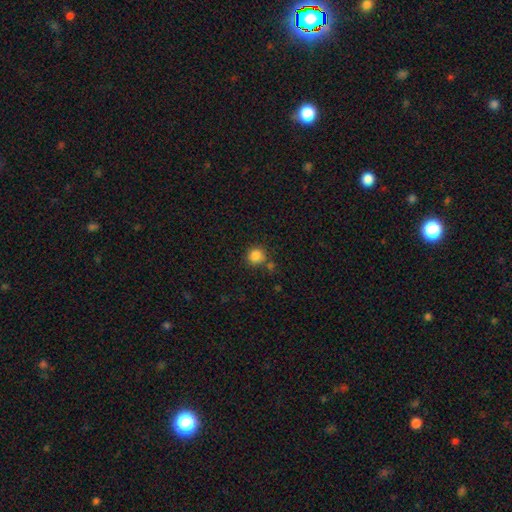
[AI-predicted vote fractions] The model was most divided on "merging": none: 77%, minor disturbance: 10%, merger: 10%, major disturbance: 3%. More confident: how rounded — round (92%); smooth or featured — smooth (85%).